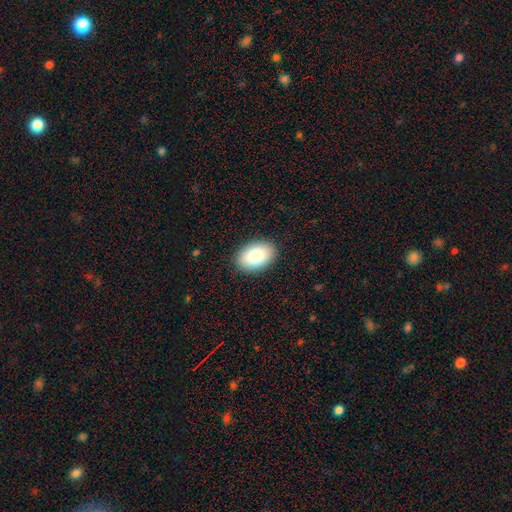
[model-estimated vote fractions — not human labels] A smooth galaxy with no disk features (82%) that is in between round and cigar-shaped (88%). Merging: none (89%).